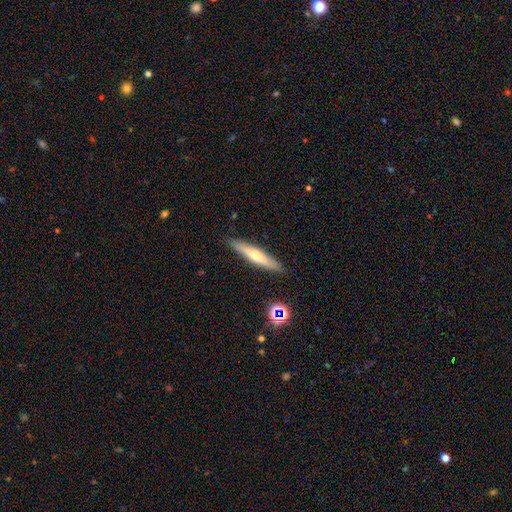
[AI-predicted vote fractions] A featured or disk galaxy (48%). Merging: none (88%).